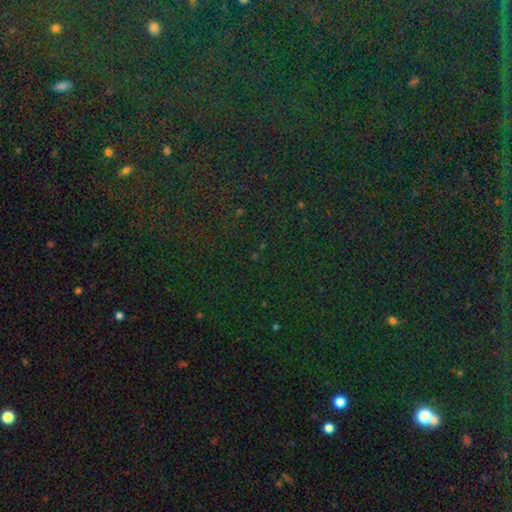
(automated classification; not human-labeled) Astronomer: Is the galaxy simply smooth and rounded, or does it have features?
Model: star or artifact — 83%.